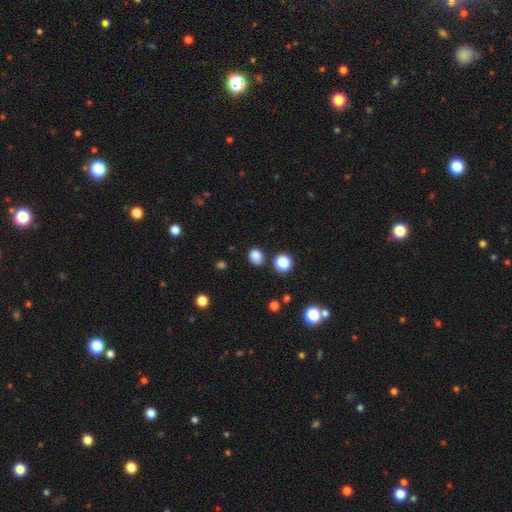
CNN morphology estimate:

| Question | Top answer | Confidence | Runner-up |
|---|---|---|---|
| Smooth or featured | smooth | 83% | star or artifact (13%) |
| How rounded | round | 60% | in between (39%) |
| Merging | none | 79% | minor disturbance (13%) |